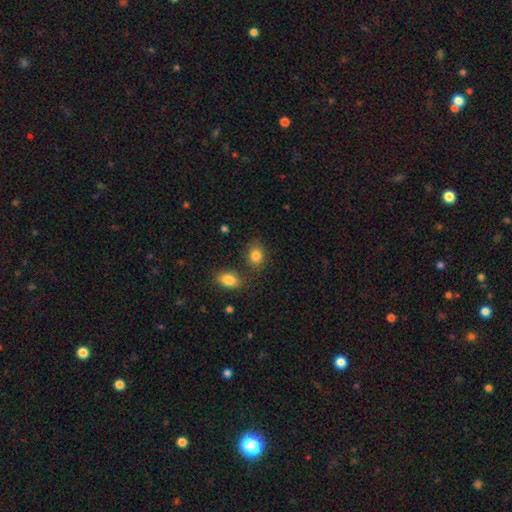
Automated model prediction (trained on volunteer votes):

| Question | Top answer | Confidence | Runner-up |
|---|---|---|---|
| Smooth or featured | smooth | 84% | star or artifact (10%) |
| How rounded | in between | 55% | round (44%) |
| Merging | none | 75% | minor disturbance (12%) |